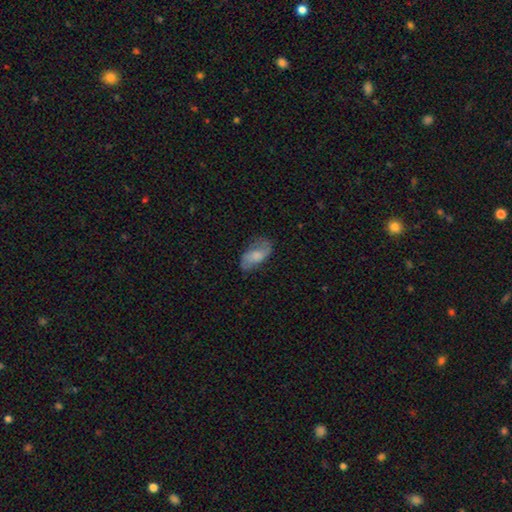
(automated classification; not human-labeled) Overall: smooth (47%; featured or disk 45%). Merging: none (64%).